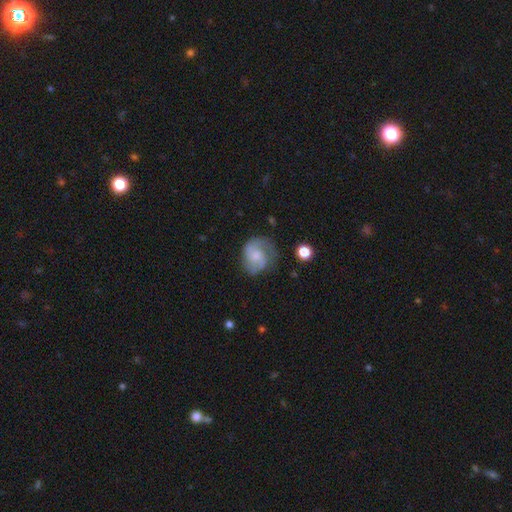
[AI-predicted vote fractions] This appears to be a featured or disk galaxy (62%) with no bar (64%), 2 (72%) medium (47%) spiral arms (89%) and a small central bulge (39%). Merging: none (57%).